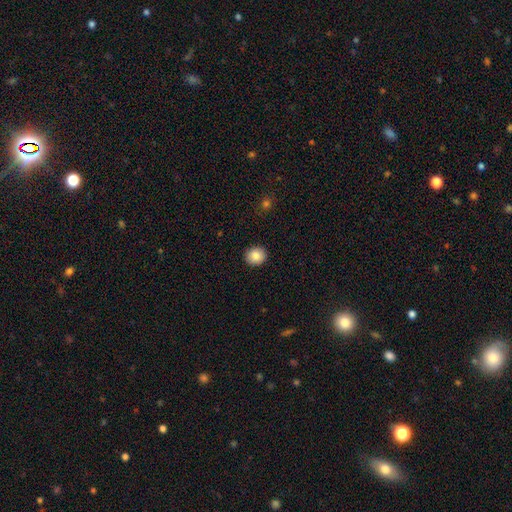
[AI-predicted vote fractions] Overall: smooth (84%). How rounded: round (82%). Merging: none (92%).